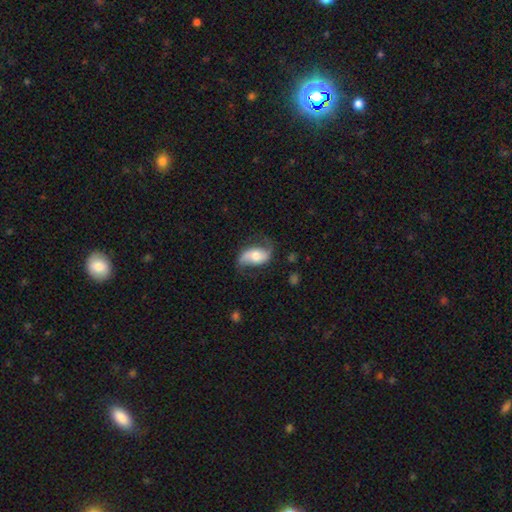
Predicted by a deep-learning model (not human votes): featured or disk 65%, smooth 28%, star or artifact 7%. Down the decision tree: edge-on disk — no (94%); bar — no (52%); spiral arms — yes (89%); spiral arm count — 2 (87%); spiral winding — loose (69%); bulge size — moderate (62%); merging — none (64%).